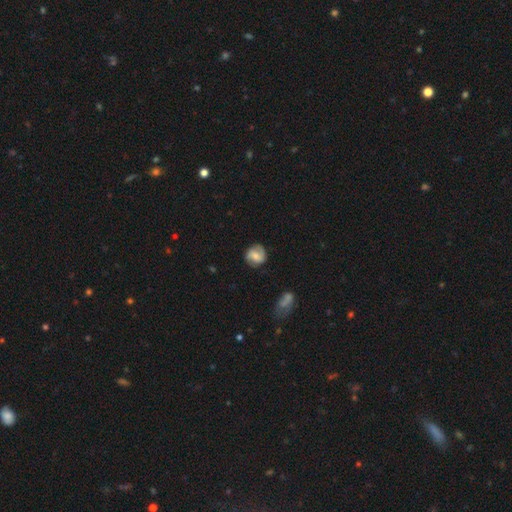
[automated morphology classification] Smooth or featured? featured or disk (58%)
Edge-on disk? no (97%)
Bar? weak (44%)
Spiral arms? yes (90%)
Spiral winding? medium (45%)
Spiral arm count? 2 (83%)
Bulge size? moderate (45%)
Merging? none (79%)